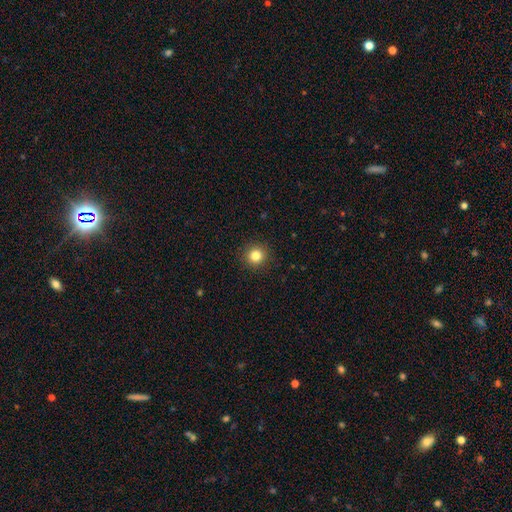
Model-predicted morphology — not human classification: A smooth galaxy with no disk features (83%) that is round (93%).

Vote fractions:
- Smooth or featured? smooth: 83% / star or artifact: 12% / featured or disk: 5%
- How rounded? round: 93% / in between: 6% / cigar-shaped: 1%
- Merging? none: 92% / minor disturbance: 5% / major disturbance: 2% / merger: 1%